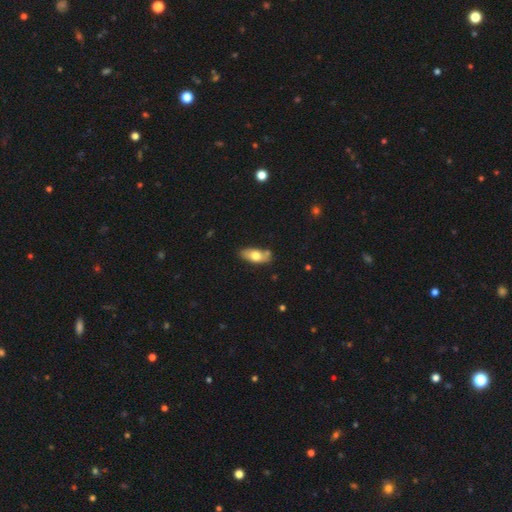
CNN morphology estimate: smooth-or-featured: smooth: 67% | featured or disk: 27% | star or artifact: 6%
  how-rounded: in between: 84% | cigar-shaped: 13% | round: 3%
  merging: none: 71% | minor disturbance: 17% | merger: 8% | major disturbance: 4%